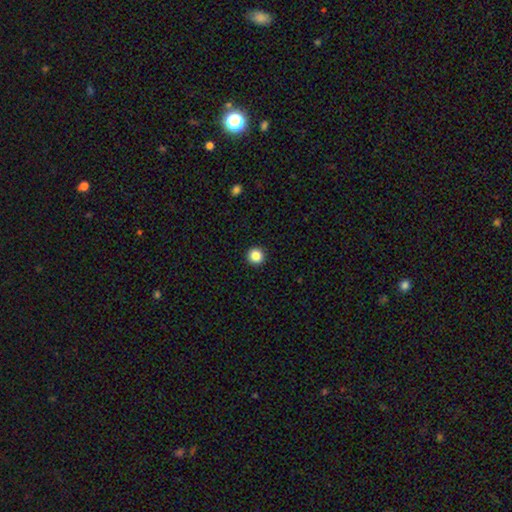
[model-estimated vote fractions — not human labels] This is clearly a smooth galaxy (86%). How rounded: clearly round (95%). Merging: clearly none (93%).